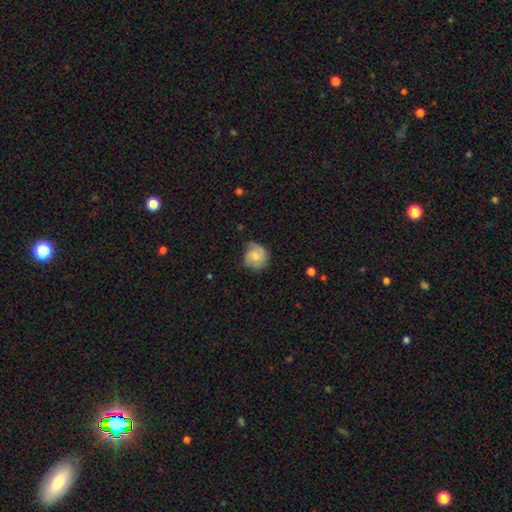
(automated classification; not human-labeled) A smooth galaxy with no disk features (54%) that is round (81%).

Vote fractions:
- Smooth or featured? smooth: 54% / featured or disk: 38% / star or artifact: 7%
- How rounded? round: 81% / in between: 18% / cigar-shaped: 1%
- Merging? none: 58% / minor disturbance: 30% / major disturbance: 10% / merger: 2%